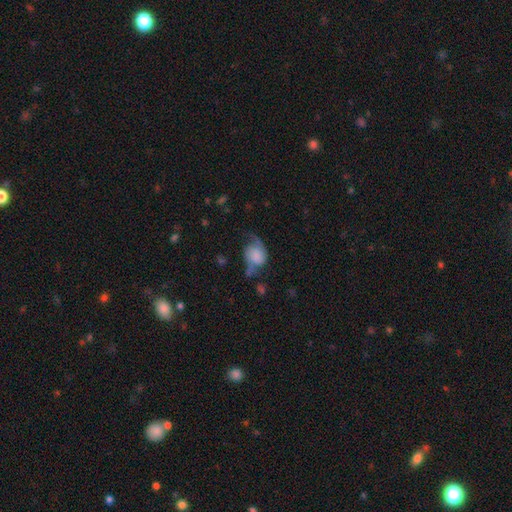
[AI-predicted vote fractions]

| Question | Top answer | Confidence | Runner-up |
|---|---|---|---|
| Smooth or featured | featured or disk | 54% | smooth (38%) |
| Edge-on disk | no | 97% | yes (3%) |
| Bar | no | 70% | weak (24%) |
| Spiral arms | yes | 87% | no (13%) |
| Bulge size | none | 41% | large (19%) |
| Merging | none | 41% | minor disturbance (28%) |